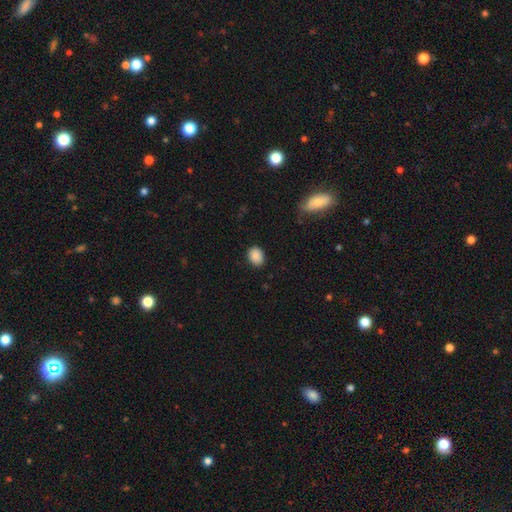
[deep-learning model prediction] This is clearly a smooth galaxy (89%). How rounded: likely in between (62%). Merging: clearly none (86%).